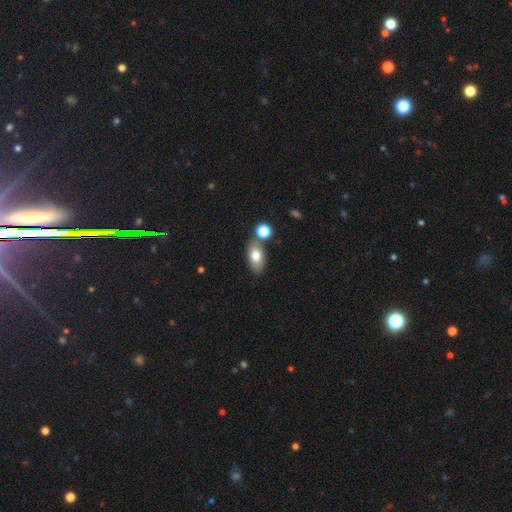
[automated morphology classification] A smooth galaxy with no disk features (75%) that is in between round and cigar-shaped (88%).

Vote fractions:
- Smooth or featured? smooth: 75% / featured or disk: 17% / star or artifact: 8%
- How rounded? in between: 88% / round: 8% / cigar-shaped: 4%
- Merging? none: 68% / merger: 16% / minor disturbance: 13% / major disturbance: 4%